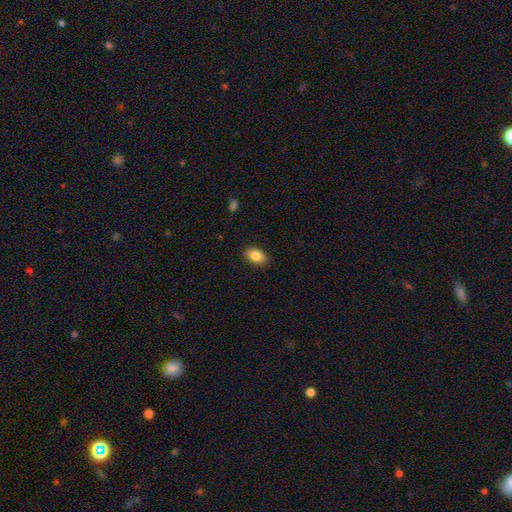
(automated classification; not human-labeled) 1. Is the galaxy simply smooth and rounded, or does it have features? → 84% smooth, 8% featured or disk, 8% star or artifact.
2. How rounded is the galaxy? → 87% in between, 11% round, 2% cigar-shaped.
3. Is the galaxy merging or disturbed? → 87% none, 10% minor disturbance, 2% major disturbance, 1% merger.